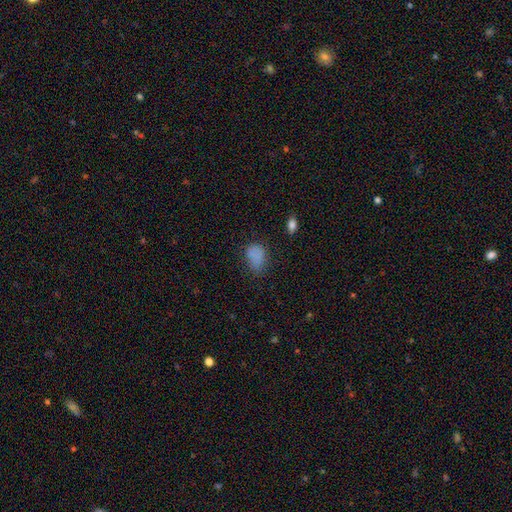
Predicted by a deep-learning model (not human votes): This is likely a smooth galaxy (76%). How rounded: likely in between (80%). Merging: possibly none (48%).